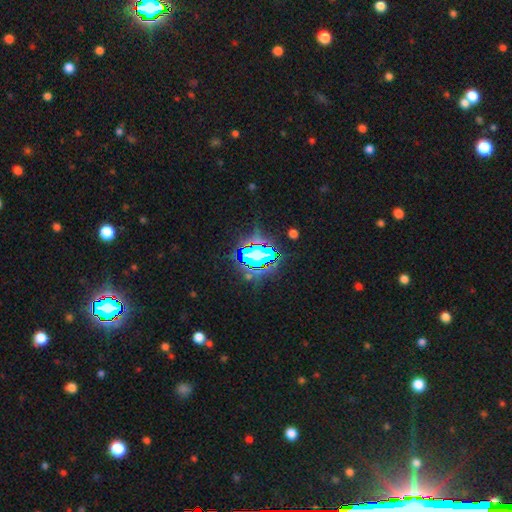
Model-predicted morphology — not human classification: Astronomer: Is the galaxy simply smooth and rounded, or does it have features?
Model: star or artifact — 79%.